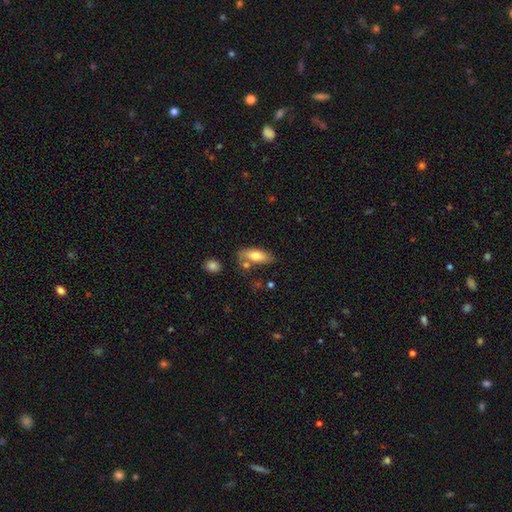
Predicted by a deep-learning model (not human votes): smooth_or_featured: smooth (p=0.73) [alt: featured or disk p=0.21]
how_rounded: in between (p=0.75) [alt: cigar-shaped p=0.23]
merging: none (p=0.64) [alt: minor disturbance p=0.18]